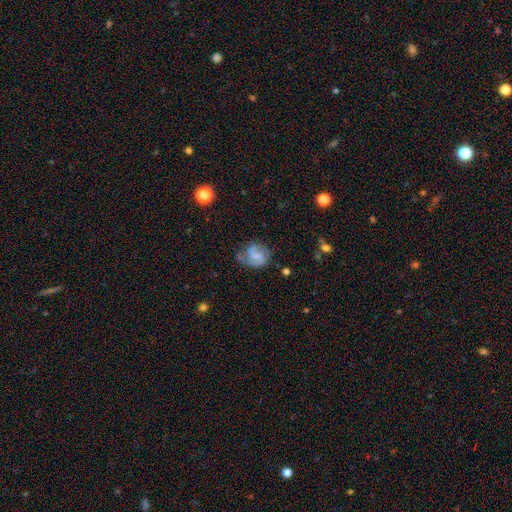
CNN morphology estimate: Smooth or featured?
  - featured or disk: 71% *
  - smooth: 22%
  - star or artifact: 8%
Edge-on disk?
  - no: 98% *
  - yes: 2%
Bar?
  - weak: 48% *
  - no: 38%
  - strong: 14%
Spiral arms?
  - yes: 92% *
  - no: 8%
Spiral winding?
  - medium: 49% *
  - loose: 28%
  - tight: 23%
Spiral arm count?
  - 2: 78% *
  - 1: 10%
  - can't tell: 8%
  - 3: 2%
  - 4: 1%
  - more than 4: 1%
Bulge size?
  - none: 42% *
  - small: 37%
  - moderate: 17%
  - large: 3%
  - dominant: 1%
Merging?
  - none: 58% *
  - minor disturbance: 25%
  - major disturbance: 15%
  - merger: 3%